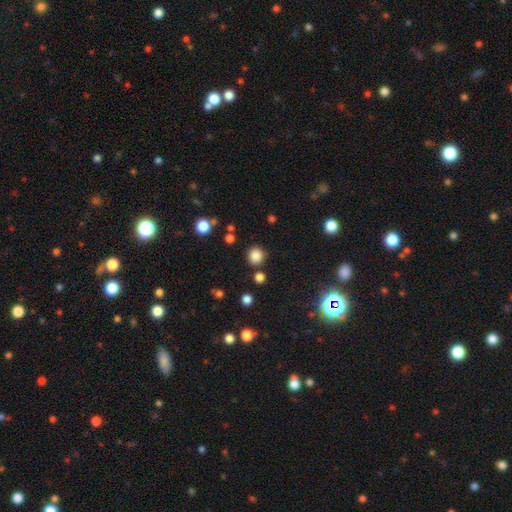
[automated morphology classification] A smooth galaxy with no disk features (83%) that is round (92%).

Vote fractions:
- Smooth or featured? smooth: 83% / star or artifact: 13% / featured or disk: 4%
- How rounded? round: 92% / in between: 7% / cigar-shaped: 1%
- Merging? none: 85% / minor disturbance: 7% / merger: 5% / major disturbance: 3%